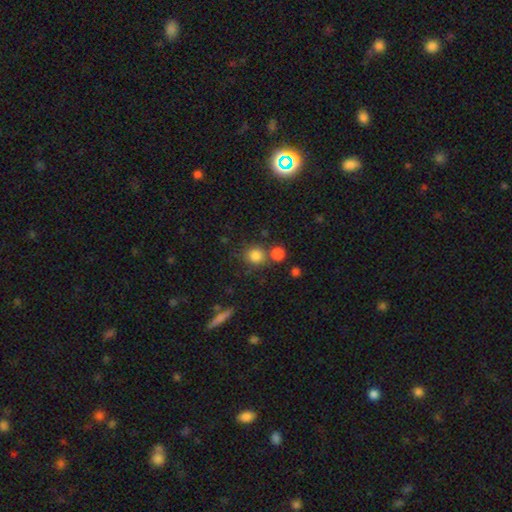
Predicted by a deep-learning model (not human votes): Smooth or featured? smooth (82%)
How rounded? round (89%)
Merging? none (68%)